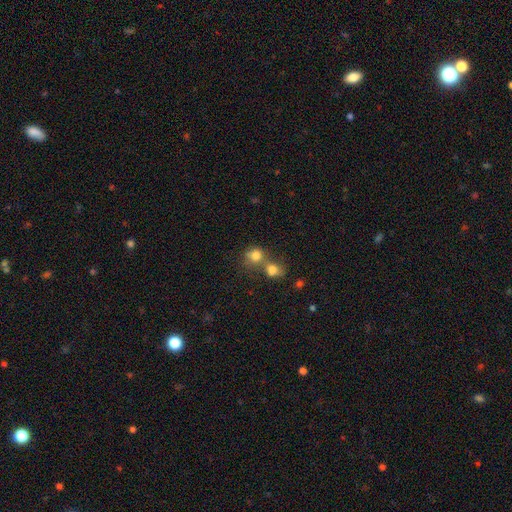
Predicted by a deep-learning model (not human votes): This appears to be a smooth galaxy with no disk features (78%) that is round (76%). Merging: merger (53%).